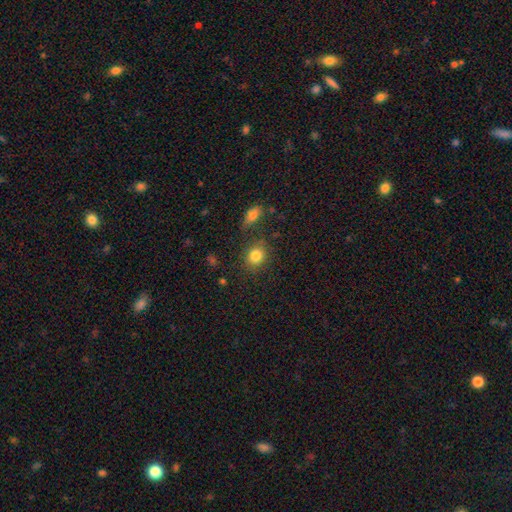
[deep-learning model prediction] smooth_or_featured: smooth (p=0.82) [alt: star or artifact p=0.11]
how_rounded: round (p=0.69) [alt: in between p=0.30]
merging: none (p=0.78) [alt: minor disturbance p=0.12]